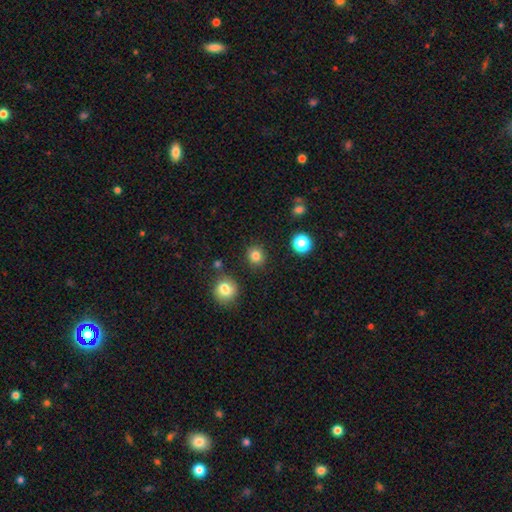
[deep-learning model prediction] Smooth or featured: smooth — 83% (star or artifact — 12%)
How rounded: round — 88% (in between — 11%)
Merging: none — 88% (minor disturbance — 7%)